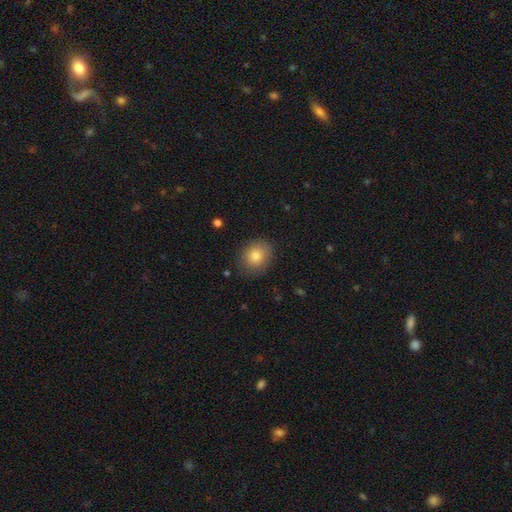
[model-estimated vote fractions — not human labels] Smooth or featured? Predicted: smooth (p=0.80). How rounded? Predicted: round (p=0.64). Merging? Predicted: none (p=0.81).